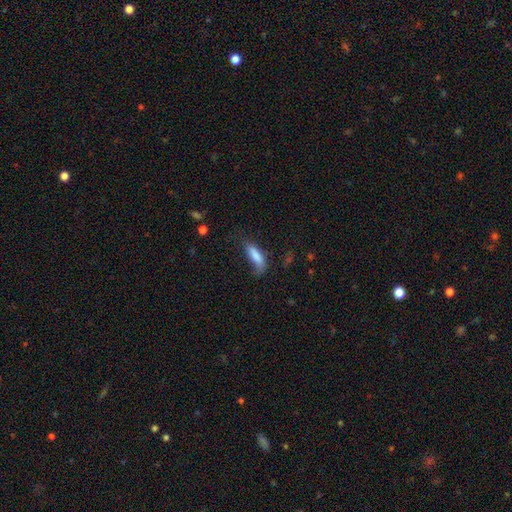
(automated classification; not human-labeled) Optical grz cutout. It shows a smooth galaxy with no disk features (82%) that is cigar-shaped (49%, tied with in between). Merging: none (48%).